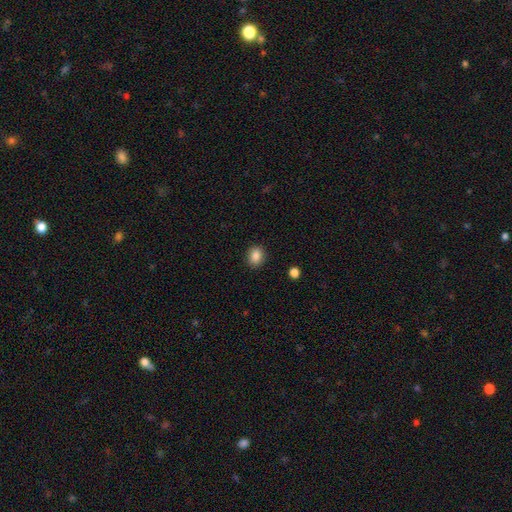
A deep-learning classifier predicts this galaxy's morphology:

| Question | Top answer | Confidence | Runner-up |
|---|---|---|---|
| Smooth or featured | smooth | 87% | star or artifact (10%) |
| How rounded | round | 56% | in between (43%) |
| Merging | none | 89% | minor disturbance (7%) |